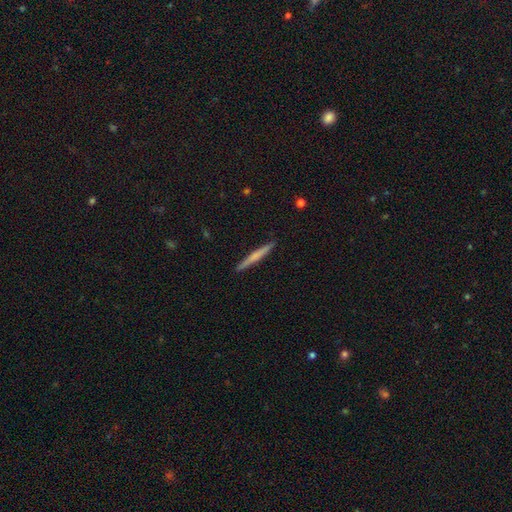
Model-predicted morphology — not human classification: This is possibly a smooth galaxy (54%). How rounded: clearly cigar-shaped (96%). Merging: clearly none (92%).